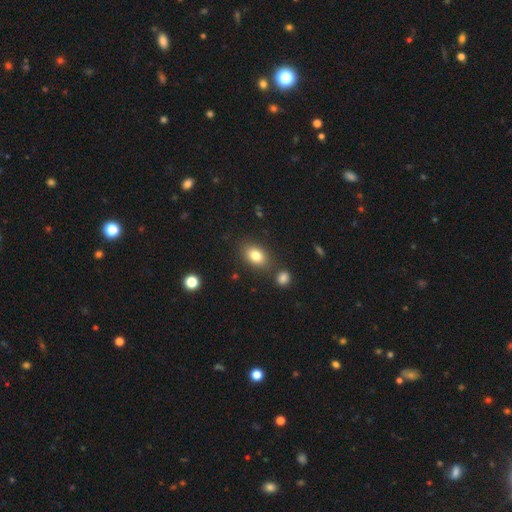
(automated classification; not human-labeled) smooth_or_featured: smooth (p=0.81) [alt: featured or disk p=0.10]
how_rounded: in between (p=0.82) [alt: round p=0.16]
merging: none (p=0.80) [alt: minor disturbance p=0.11]